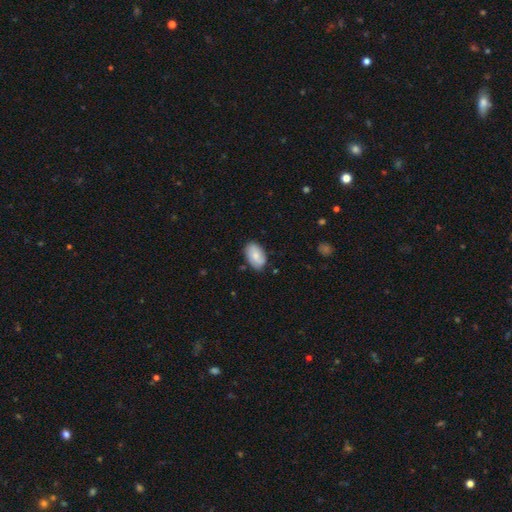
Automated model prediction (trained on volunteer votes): Smooth or featured: smooth — 75% (featured or disk — 18%)
How rounded: in between — 93% (round — 6%)
Merging: none — 78% (minor disturbance — 17%)